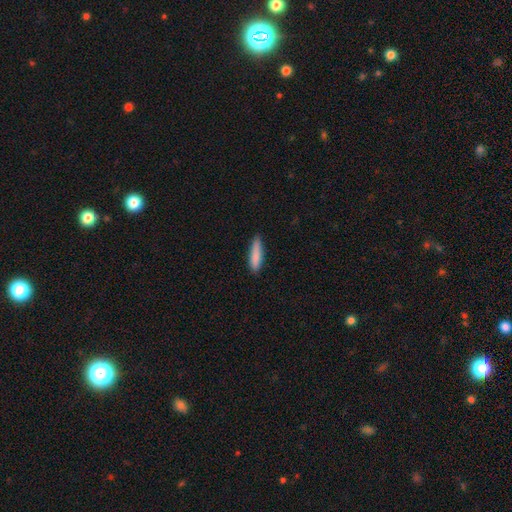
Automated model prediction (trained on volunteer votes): smooth 86%, featured or disk 8%, star or artifact 6%. Down the decision tree: how rounded — cigar-shaped (77%); merging — none (84%).